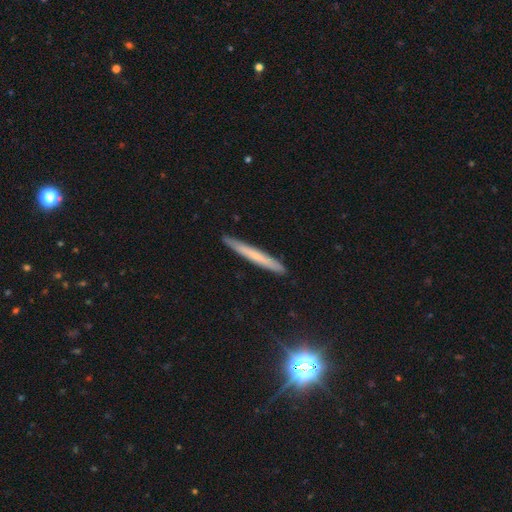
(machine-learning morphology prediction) Smooth or featured? Predicted: smooth (p=0.52). How rounded? Predicted: cigar-shaped (p=0.96). Merging? Predicted: none (p=0.90).